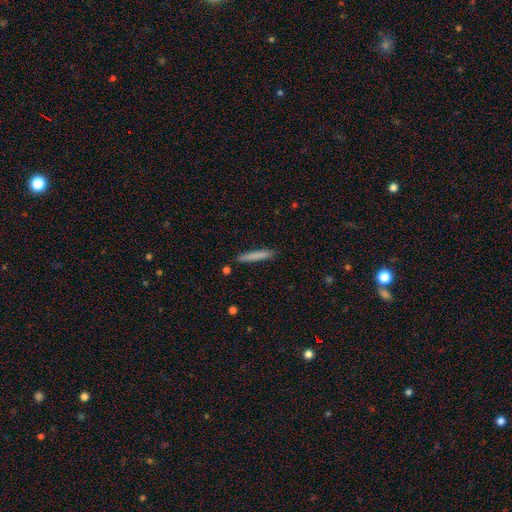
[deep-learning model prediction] A smooth galaxy with no disk features (79%) that is cigar-shaped (95%). Merging: none (89%).